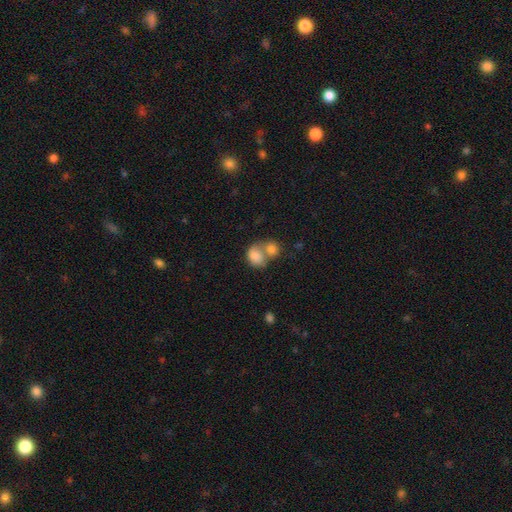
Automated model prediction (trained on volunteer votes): A smooth galaxy with no disk features (81%) that is in between round and cigar-shaped (51%).

Vote fractions:
- Smooth or featured? smooth: 81% / featured or disk: 11% / star or artifact: 7%
- How rounded? in between: 51% / round: 48% / cigar-shaped: 1%
- Merging? merger: 63% / none: 23% / minor disturbance: 9% / major disturbance: 5%